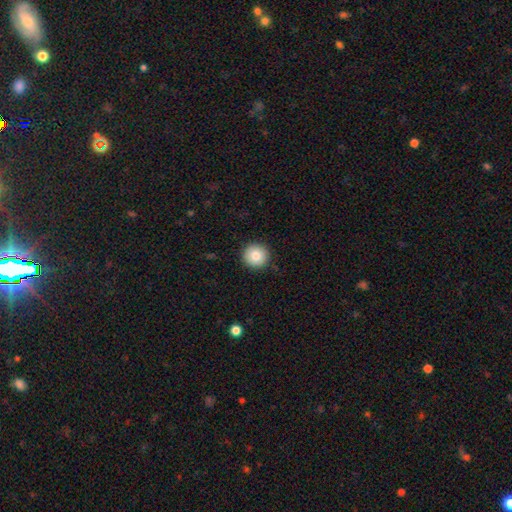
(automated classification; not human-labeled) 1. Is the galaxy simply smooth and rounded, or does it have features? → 81% smooth, 10% featured or disk, 9% star or artifact.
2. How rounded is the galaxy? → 96% round, 3% in between, 1% cigar-shaped.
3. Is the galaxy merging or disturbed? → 91% none, 6% minor disturbance, 2% major disturbance, 1% merger.